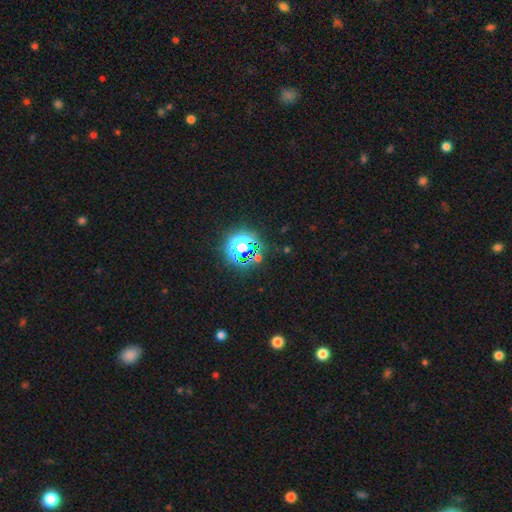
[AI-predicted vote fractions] Smooth or featured? Predicted: star or artifact (p=0.70).